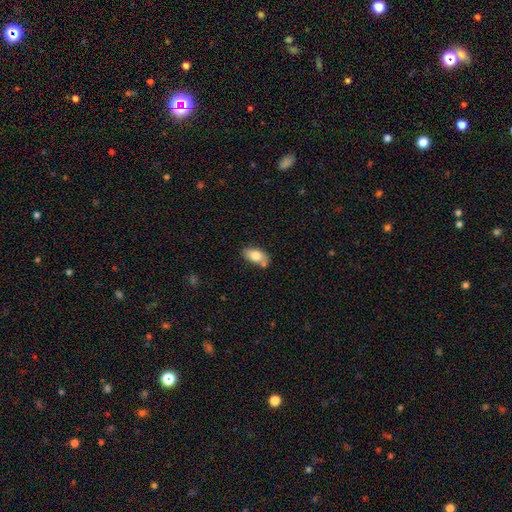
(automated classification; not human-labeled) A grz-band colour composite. It shows a smooth galaxy with no disk features (79%) that is in between round and cigar-shaped (92%). Merging: none (67%).